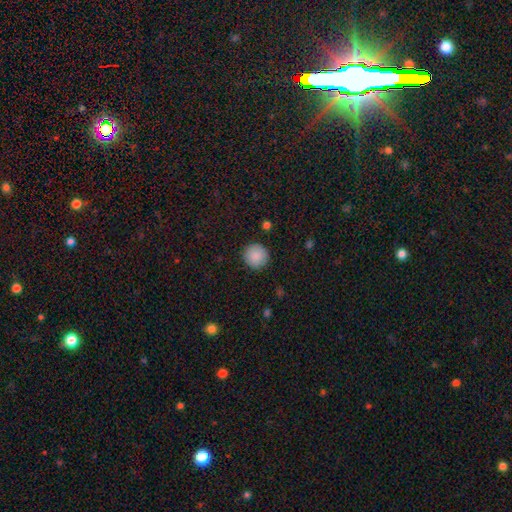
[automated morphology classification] A smooth galaxy with no disk features (88%) that is round (95%).

Vote fractions:
- Smooth or featured? smooth: 88% / star or artifact: 8% / featured or disk: 4%
- How rounded? round: 95% / in between: 4% / cigar-shaped: 1%
- Merging? none: 91% / minor disturbance: 6% / major disturbance: 2% / merger: 1%